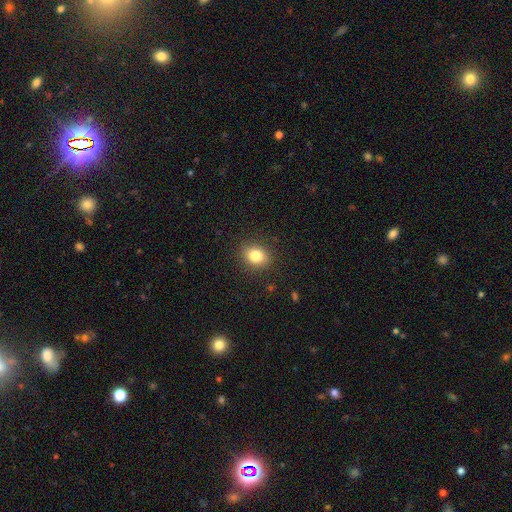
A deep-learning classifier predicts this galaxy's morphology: This appears to be a smooth galaxy with no disk features (82%) that is in between round and cigar-shaped (53%). Merging: none (87%).